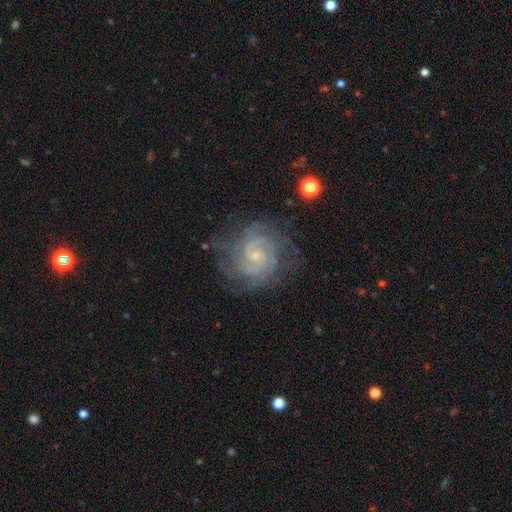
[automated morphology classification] The model was most divided on "spiral arm count": 2: 38%, can't tell: 25%, 3: 16%, 4: 10%, more than 4: 6%, 1: 6%. More confident: edge-on disk — no (98%); spiral arms — yes (97%); smooth or featured — featured or disk (86%); bulge size — small (79%); merging — none (75%); spiral winding — tight (63%); bar — no (56%).